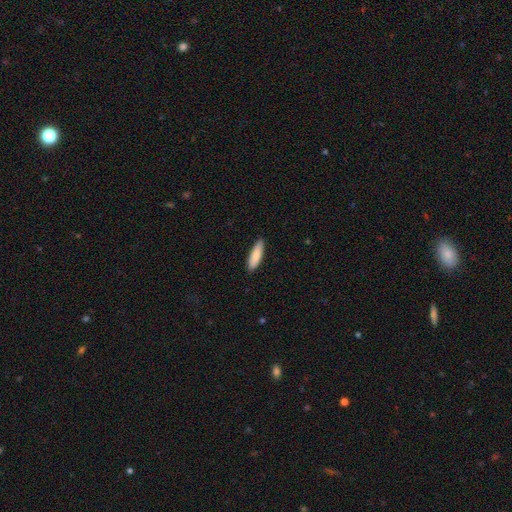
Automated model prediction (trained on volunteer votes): smooth_or_featured: smooth (p=0.84) [alt: featured or disk p=0.11]
how_rounded: cigar-shaped (p=0.64) [alt: in between p=0.35]
merging: none (p=0.89) [alt: minor disturbance p=0.09]